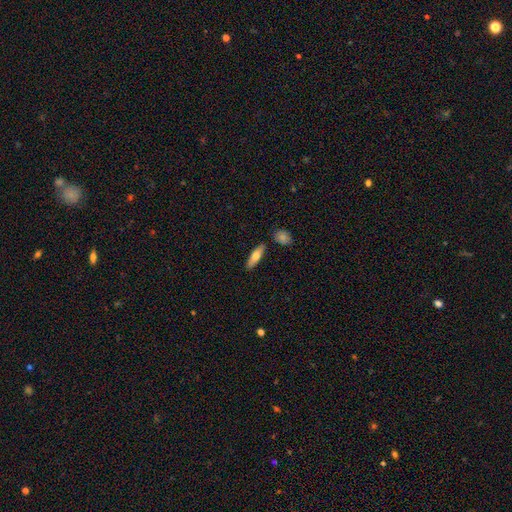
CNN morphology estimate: A smooth galaxy with no disk features (62%) that is cigar-shaped (57%). Merging: none (86%).